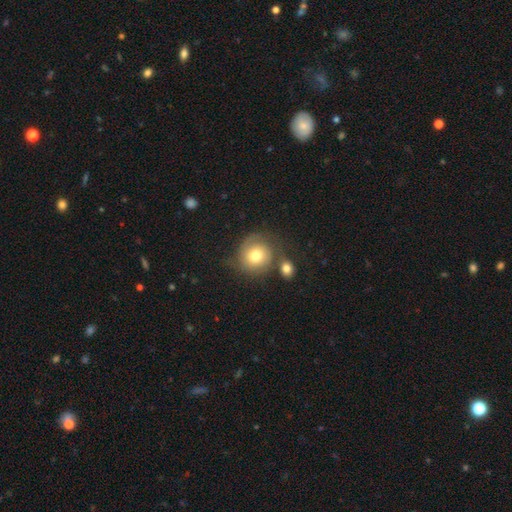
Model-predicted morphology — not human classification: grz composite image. It shows a smooth galaxy with no disk features (57%) that is round (87%). Merging: none (55%).